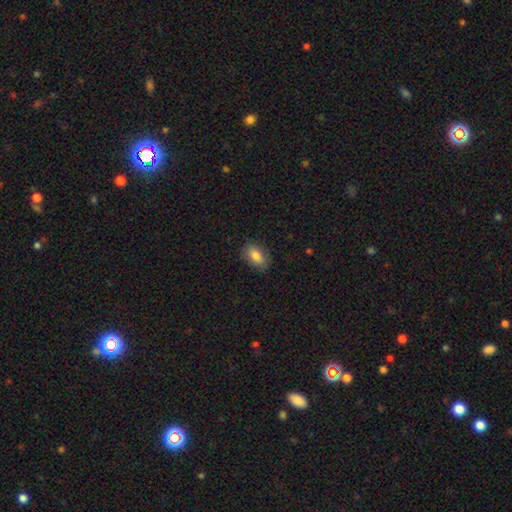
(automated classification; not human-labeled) Q: Smooth or featured?
A: smooth (80%); runner-up: featured or disk (12%)
Q: How rounded?
A: in between (88%); runner-up: round (9%)
Q: Merging?
A: none (82%); runner-up: minor disturbance (14%)